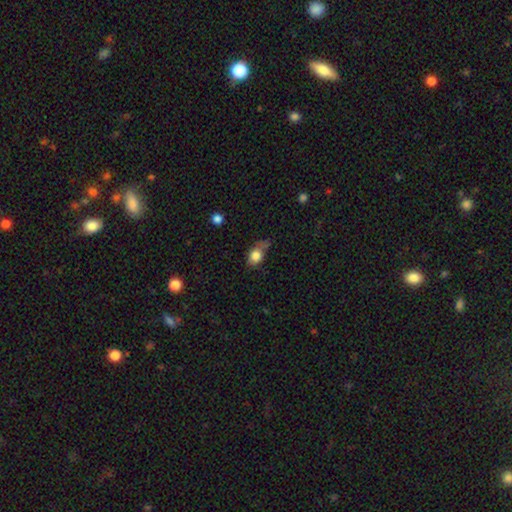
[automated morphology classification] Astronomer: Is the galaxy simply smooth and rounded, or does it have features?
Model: smooth — 79%.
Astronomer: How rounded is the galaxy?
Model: in between — 57% (runner-up: round, 40%).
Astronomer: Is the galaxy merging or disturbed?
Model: minor disturbance — 37% (runner-up: none, 34%).